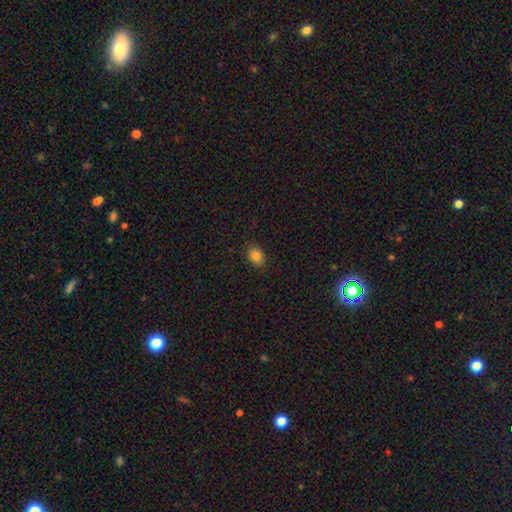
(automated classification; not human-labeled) This is clearly a smooth galaxy (85%). How rounded: likely in between (76%). Merging: clearly none (87%).